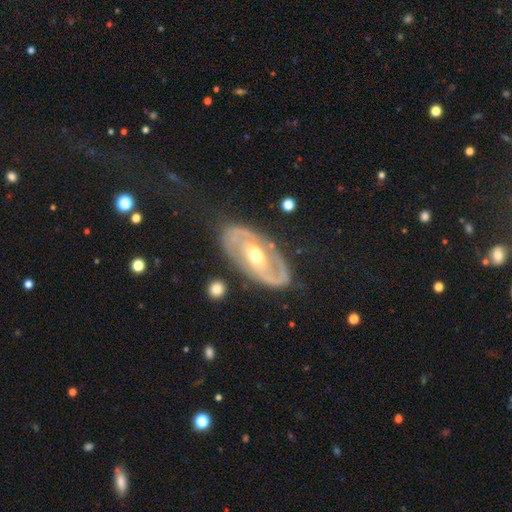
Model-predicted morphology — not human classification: Q: Smooth or featured?
A: featured or disk (84%); runner-up: smooth (11%)
Q: Edge-on disk?
A: no (94%); runner-up: yes (6%)
Q: Bar?
A: no (46%); runner-up: weak (34%)
Q: Spiral arms?
A: yes (81%); runner-up: no (19%)
Q: Spiral winding?
A: tight (42%); runner-up: medium (40%)
Q: Spiral arm count?
A: 2 (81%); runner-up: can't tell (10%)
Q: Bulge size?
A: moderate (65%); runner-up: small (29%)
Q: Merging?
A: none (80%); runner-up: minor disturbance (13%)